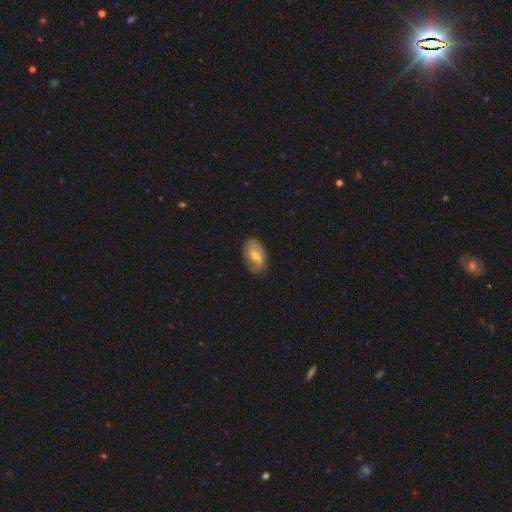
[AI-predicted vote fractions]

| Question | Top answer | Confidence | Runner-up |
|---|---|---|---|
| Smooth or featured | featured or disk | 51% | smooth (41%) |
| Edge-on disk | no | 94% | yes (6%) |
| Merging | none | 76% | minor disturbance (18%) |